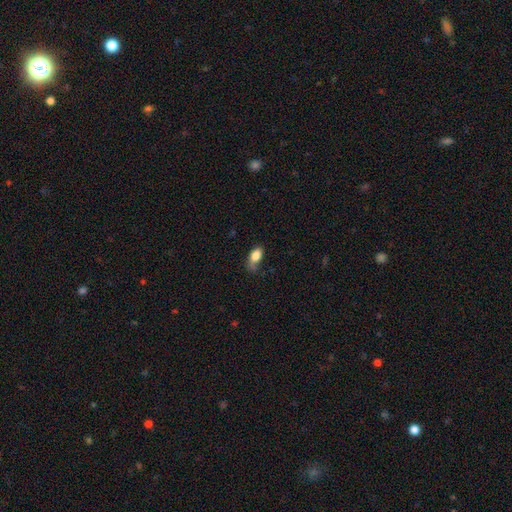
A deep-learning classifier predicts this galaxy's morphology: Smooth or featured? smooth (83%)
How rounded? in between (88%)
Merging? none (48%)